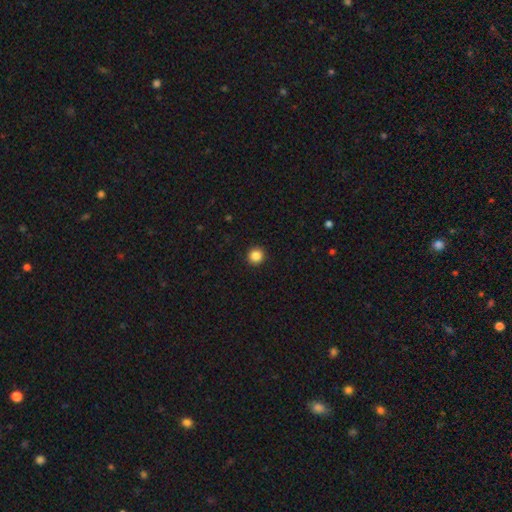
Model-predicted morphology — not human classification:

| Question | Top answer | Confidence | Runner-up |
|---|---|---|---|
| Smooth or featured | smooth | 86% | star or artifact (10%) |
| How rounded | round | 93% | in between (6%) |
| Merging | none | 93% | minor disturbance (4%) |